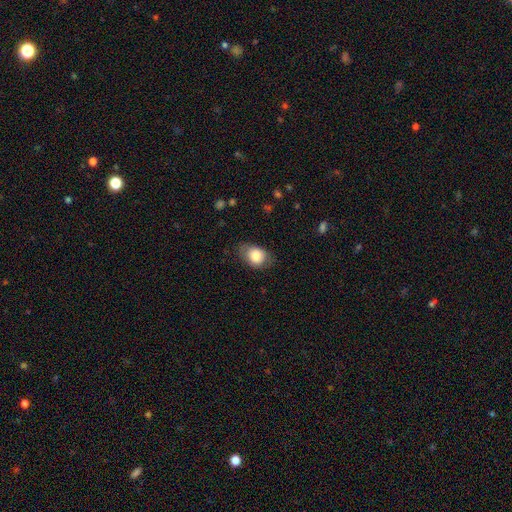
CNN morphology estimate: Smooth or featured? Predicted: smooth (p=0.80). How rounded? Predicted: in between (p=0.73). Merging? Predicted: none (p=0.69).